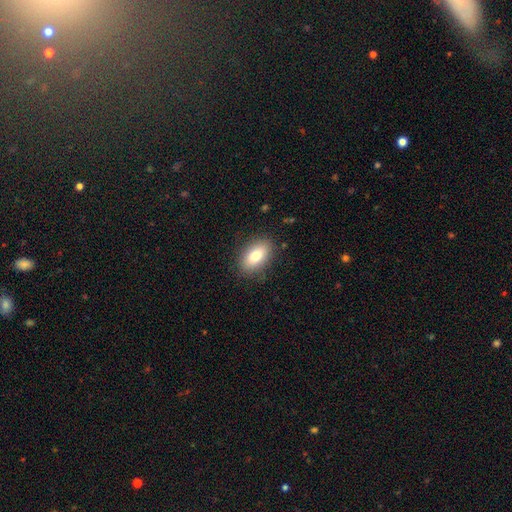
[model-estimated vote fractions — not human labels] The model was most divided on "smooth or featured": smooth: 80%, featured or disk: 13%, star or artifact: 8%. More confident: how rounded — in between (89%); merging — none (85%).